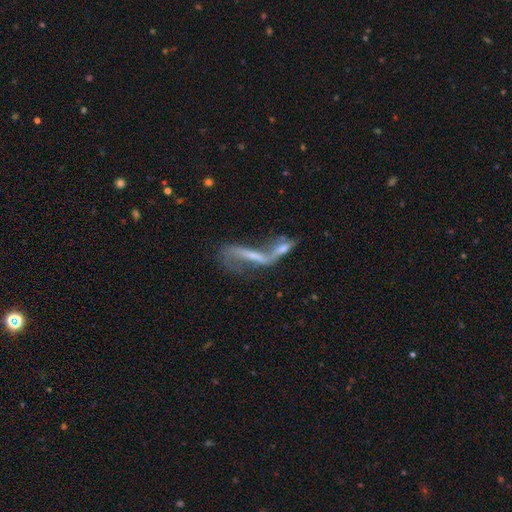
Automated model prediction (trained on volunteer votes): Smooth or featured?
  - featured or disk: 66% *
  - smooth: 22%
  - star or artifact: 12%
Edge-on disk?
  - no: 76% *
  - yes: 24%
Bar?
  - no: 41% *
  - strong: 32%
  - weak: 28%
Spiral arms?
  - yes: 55% *
  - no: 45%
Bulge size?
  - none: 41% *
  - small: 38%
  - moderate: 17%
  - large: 2%
  - dominant: 2%
Merging?
  - merger: 53% *
  - none: 19%
  - major disturbance: 18%
  - minor disturbance: 10%